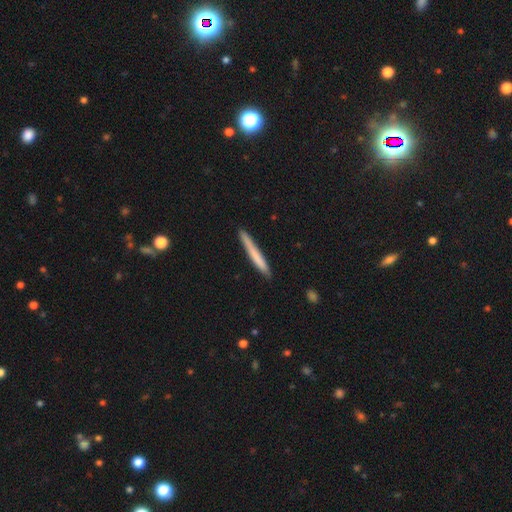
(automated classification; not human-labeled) smooth-or-featured: smooth: 71% | featured or disk: 24% | star or artifact: 5%
  how-rounded: cigar-shaped: 97% | in between: 2% | round: 1%
  merging: none: 88% | minor disturbance: 9% | major disturbance: 2% | merger: 1%